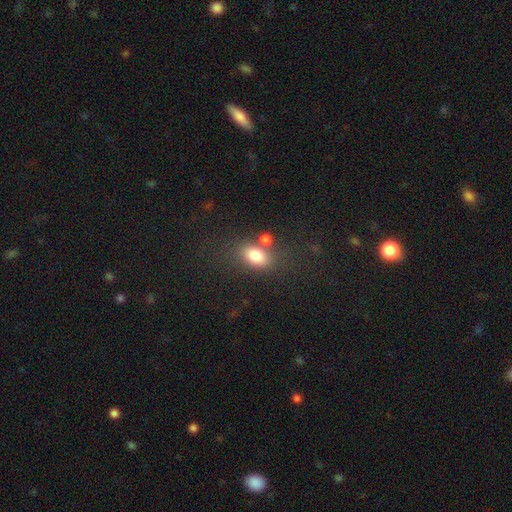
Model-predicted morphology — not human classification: smooth_or_featured: smooth (p=0.80) [alt: featured or disk p=0.10]
how_rounded: in between (p=0.80) [alt: round p=0.17]
merging: none (p=0.61) [alt: merger p=0.19]